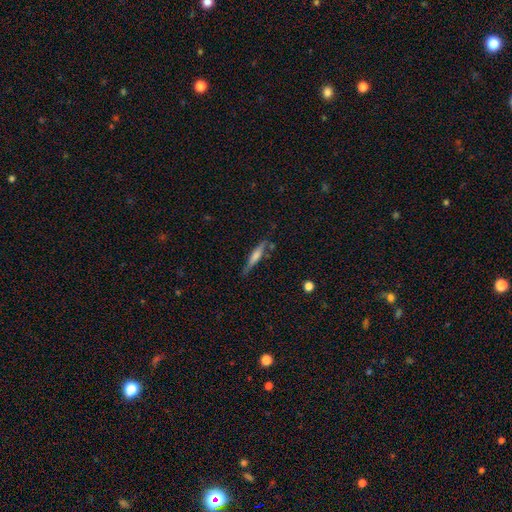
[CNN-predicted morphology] Smooth or featured? smooth (49%)
Merging? none (74%)